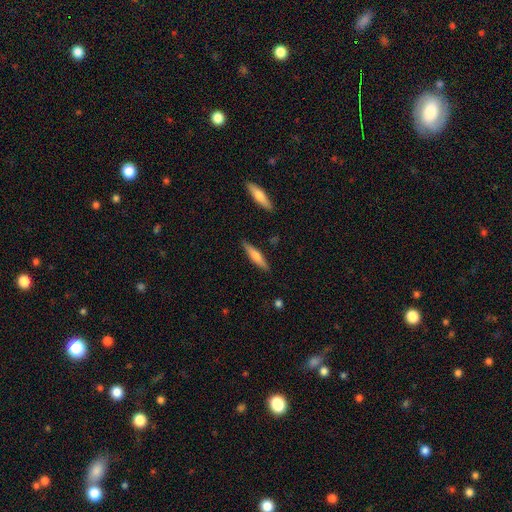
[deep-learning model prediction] This appears to be a smooth galaxy with no disk features (62%) that is cigar-shaped (80%). Merging: none (88%).